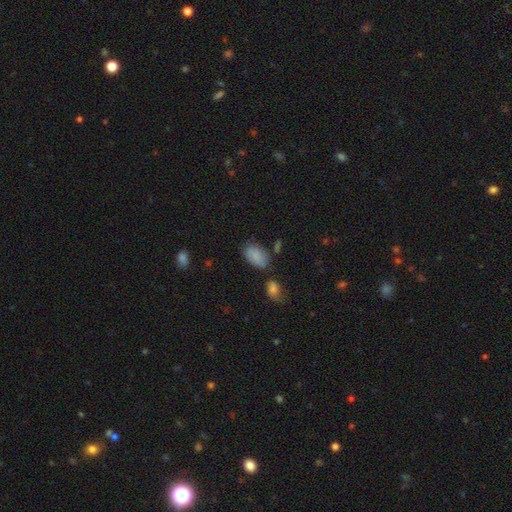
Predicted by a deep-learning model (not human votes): This appears to be a smooth galaxy with no disk features (85%) that is in between round and cigar-shaped (92%). Merging: none (65%).